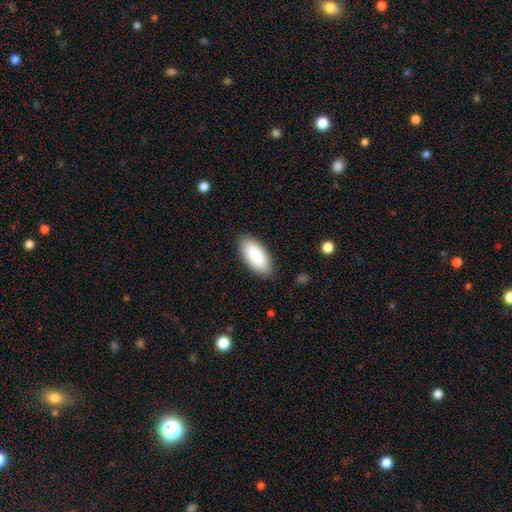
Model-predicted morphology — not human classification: This is clearly a smooth galaxy (88%). How rounded: clearly in between (90%). Merging: clearly none (86%).